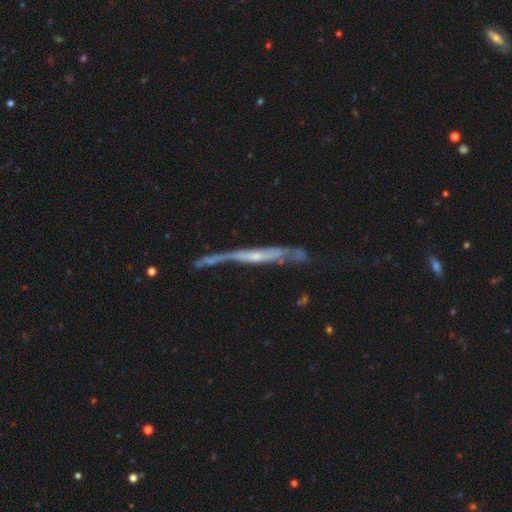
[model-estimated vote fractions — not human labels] Overall: featured or disk (73%). Edge-on disk: yes (81%). Edge-on bulge: none (52%; rounded 37%). Merging: none (44%; minor disturbance 26%).